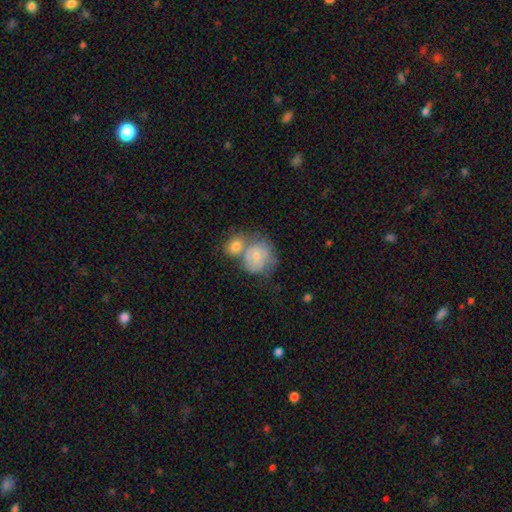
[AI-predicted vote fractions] Smooth or featured?
  - smooth: 47% *
  - featured or disk: 45%
  - star or artifact: 7%
Merging?
  - merger: 45% *
  - none: 31%
  - minor disturbance: 16%
  - major disturbance: 9%